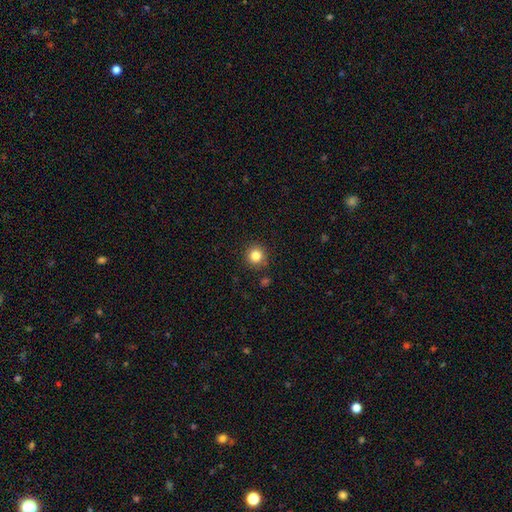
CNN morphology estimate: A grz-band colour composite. It shows a smooth galaxy with no disk features (83%) that is round (94%). Merging: none (89%).